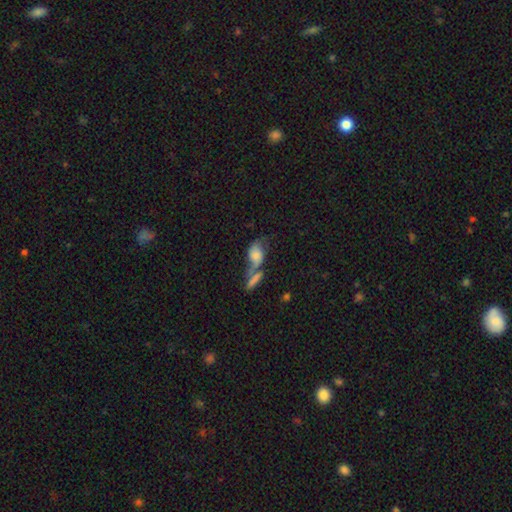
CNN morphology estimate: This appears to be a smooth galaxy with no disk features (59%) that is in between round and cigar-shaped (80%). Merging: merger (50%).